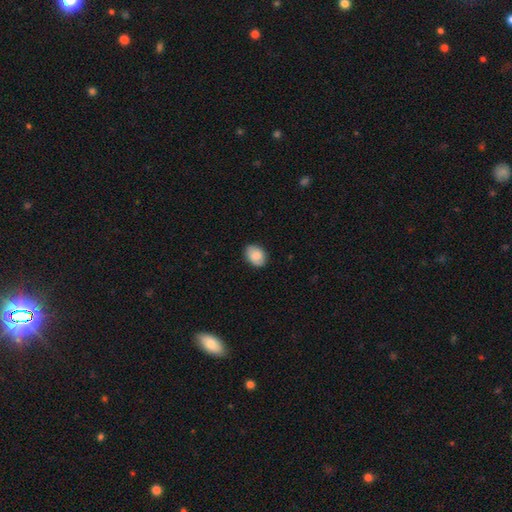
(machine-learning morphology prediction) Smooth or featured: smooth — 85% (featured or disk — 8%)
How rounded: in between — 75% (round — 24%)
Merging: none — 85% (minor disturbance — 11%)